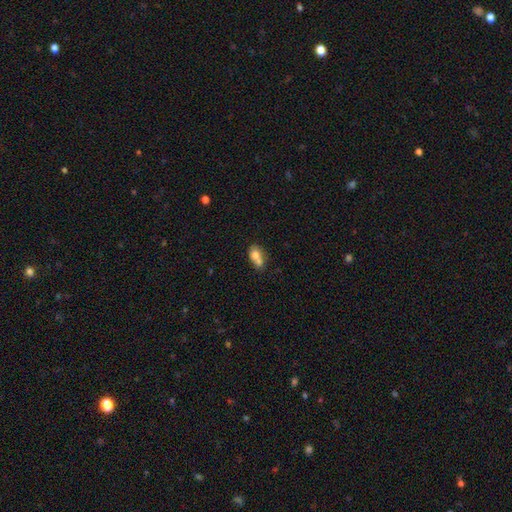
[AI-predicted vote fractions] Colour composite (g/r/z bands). It shows a smooth galaxy with no disk features (69%) that is in between round and cigar-shaped (68%). Merging: merger (54%).